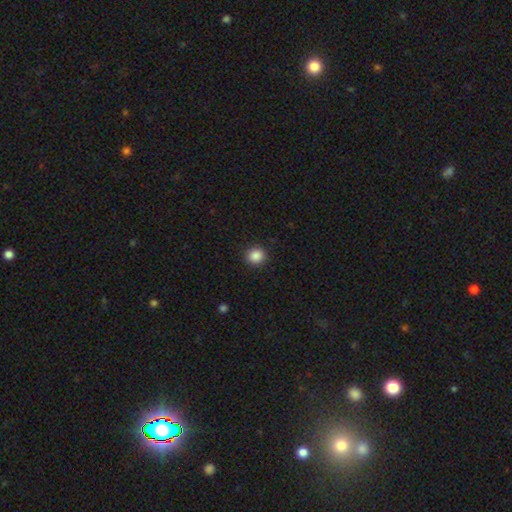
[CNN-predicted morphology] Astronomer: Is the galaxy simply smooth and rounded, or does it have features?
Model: smooth — 87%.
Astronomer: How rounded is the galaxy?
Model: round — 88%.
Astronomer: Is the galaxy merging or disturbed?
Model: none — 91%.